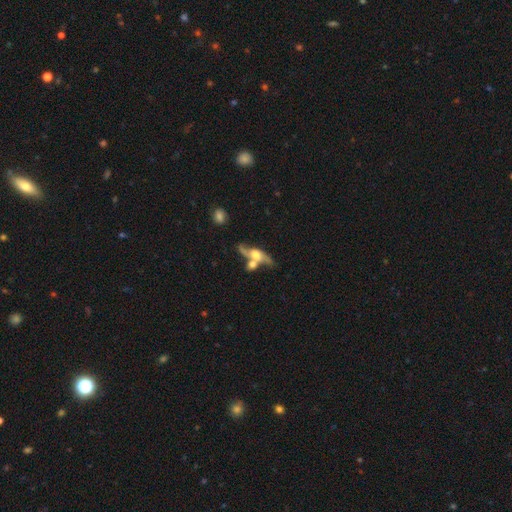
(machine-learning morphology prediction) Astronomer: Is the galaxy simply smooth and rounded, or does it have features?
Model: featured or disk — 67%.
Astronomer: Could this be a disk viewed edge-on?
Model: no — 52% (runner-up: yes, 48%).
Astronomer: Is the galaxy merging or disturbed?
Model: merger — 41% (runner-up: none, 36%).